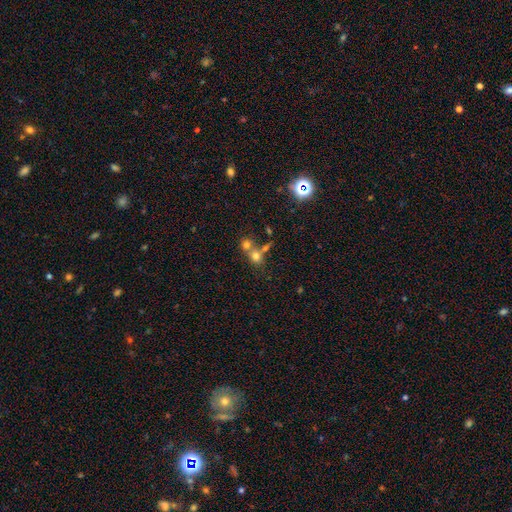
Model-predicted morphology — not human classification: Smooth or featured? smooth (70%)
How rounded? round (77%)
Merging? merger (53%)